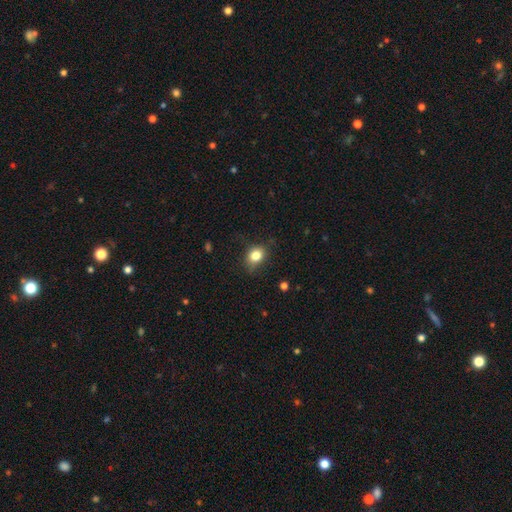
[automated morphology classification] Smooth or featured? Predicted: smooth (p=0.82). How rounded? Predicted: in between (p=0.51). Merging? Predicted: none (p=0.73).